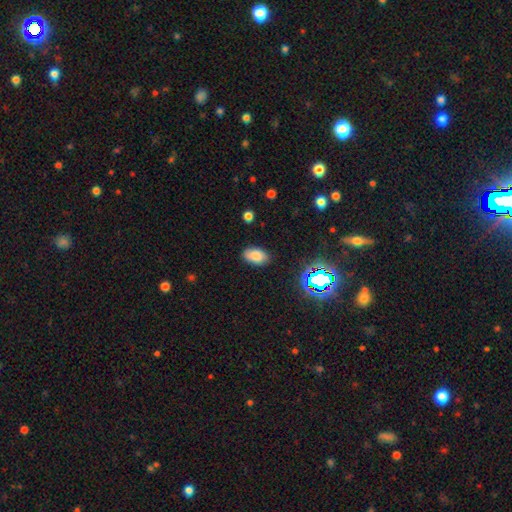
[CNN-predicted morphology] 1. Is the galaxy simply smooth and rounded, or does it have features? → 77% smooth, 13% star or artifact, 9% featured or disk.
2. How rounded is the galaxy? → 91% in between, 8% round, 1% cigar-shaped.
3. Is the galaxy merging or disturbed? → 84% none, 12% minor disturbance, 3% major disturbance, 1% merger.